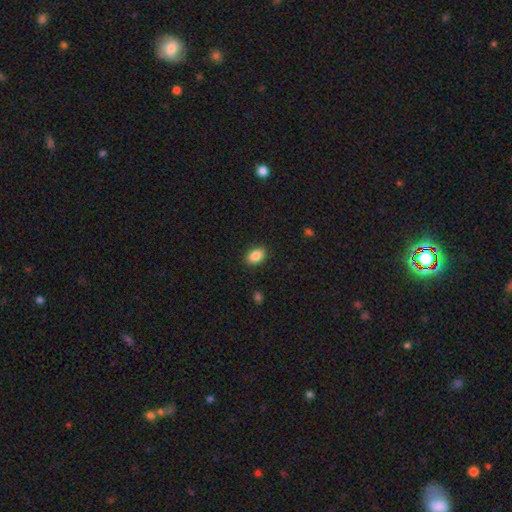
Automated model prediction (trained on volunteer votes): A smooth galaxy with no disk features (88%) that is in between round and cigar-shaped (85%).

Vote fractions:
- Smooth or featured? smooth: 88% / star or artifact: 8% / featured or disk: 4%
- How rounded? in between: 85% / round: 14% / cigar-shaped: 1%
- Merging? none: 88% / minor disturbance: 9% / major disturbance: 2% / merger: 1%